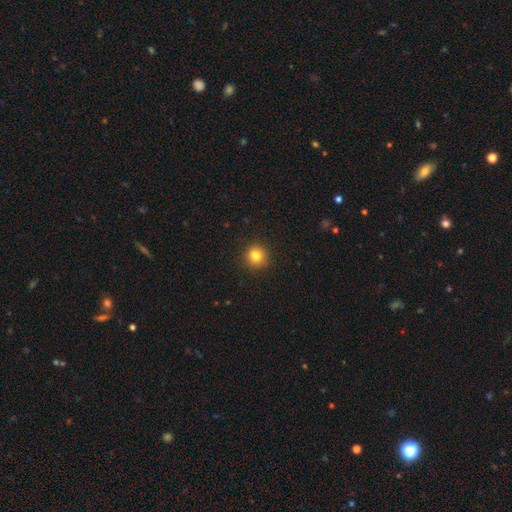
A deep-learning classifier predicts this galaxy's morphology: Smooth or featured?
  - smooth: 82% *
  - star or artifact: 11%
  - featured or disk: 6%
How rounded?
  - round: 85% *
  - in between: 14%
  - cigar-shaped: 1%
Merging?
  - none: 88% *
  - minor disturbance: 8%
  - major disturbance: 2%
  - merger: 2%